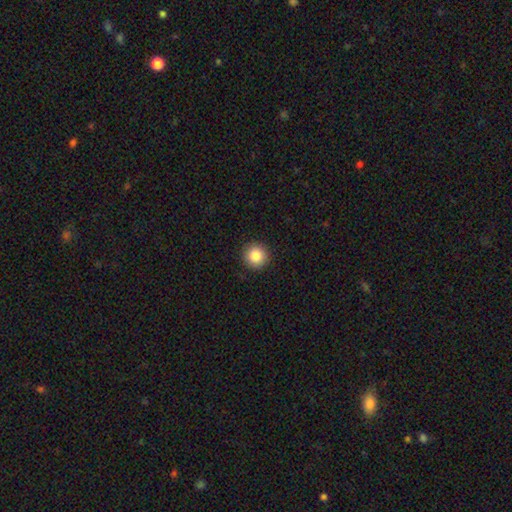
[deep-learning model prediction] Smooth or featured? Predicted: smooth (p=0.86). How rounded? Predicted: round (p=0.95). Merging? Predicted: none (p=0.92).